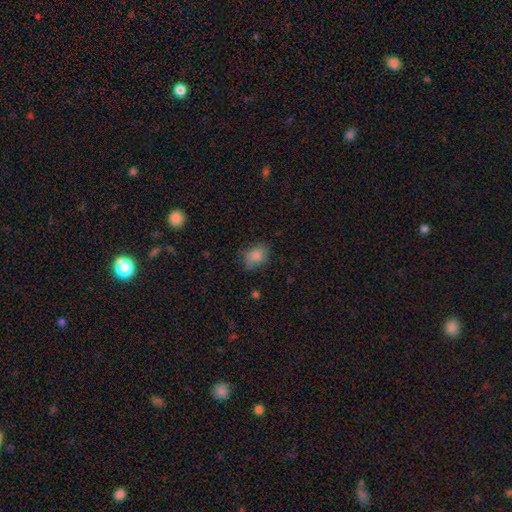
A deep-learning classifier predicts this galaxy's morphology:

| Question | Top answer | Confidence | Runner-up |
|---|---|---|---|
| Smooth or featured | smooth | 82% | featured or disk (9%) |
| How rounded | in between | 68% | round (30%) |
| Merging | none | 66% | minor disturbance (25%) |